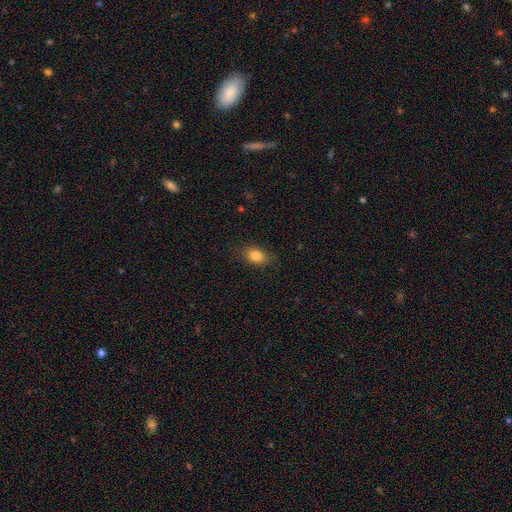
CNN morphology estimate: Overall: smooth (83%). How rounded: in between (82%). Merging: none (82%).